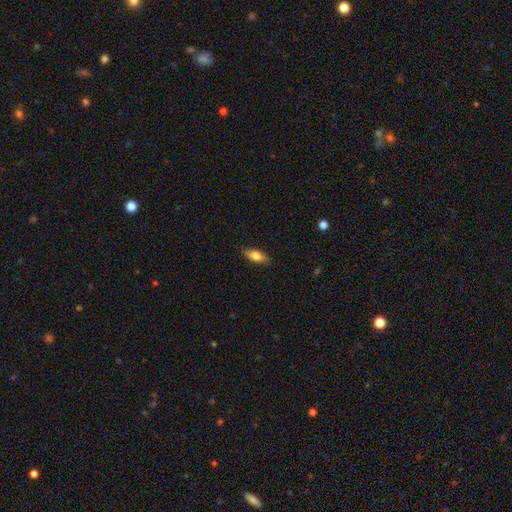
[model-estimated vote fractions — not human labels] This is likely a smooth galaxy (68%). How rounded: likely in between (72%). Merging: clearly none (87%).